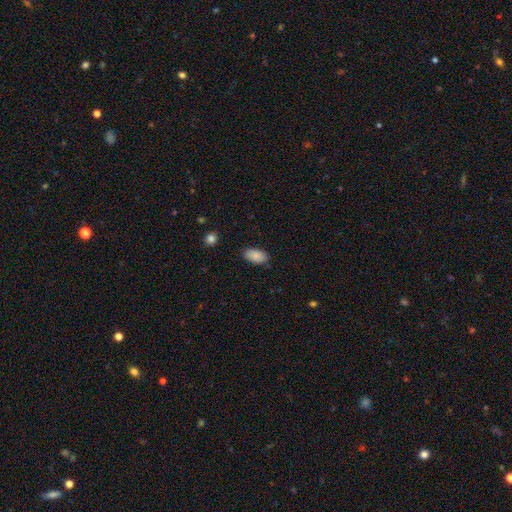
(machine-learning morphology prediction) Smooth or featured?
  - smooth: 88% *
  - star or artifact: 7%
  - featured or disk: 6%
How rounded?
  - in between: 94% *
  - round: 3%
  - cigar-shaped: 2%
Merging?
  - none: 85% *
  - minor disturbance: 11%
  - major disturbance: 2%
  - merger: 1%